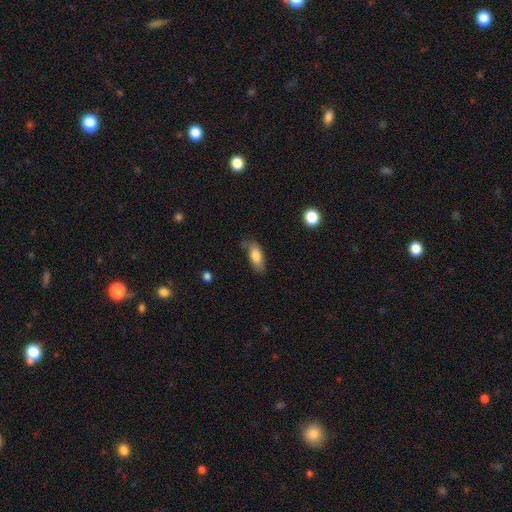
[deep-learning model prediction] A smooth galaxy with no disk features (79%) that is in between round and cigar-shaped (81%).

Vote fractions:
- Smooth or featured? smooth: 79% / featured or disk: 14% / star or artifact: 7%
- How rounded? in between: 81% / cigar-shaped: 16% / round: 3%
- Merging? none: 68% / minor disturbance: 24% / major disturbance: 6% / merger: 2%